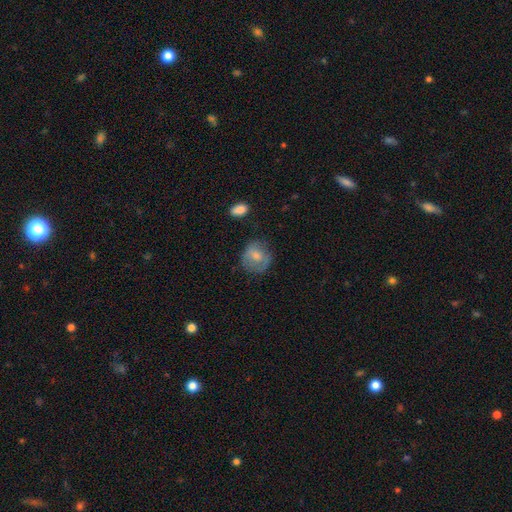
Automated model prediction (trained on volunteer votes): smooth 68%, featured or disk 25%, star or artifact 8%. Down the decision tree: how rounded — round (72%); merging — none (61%).